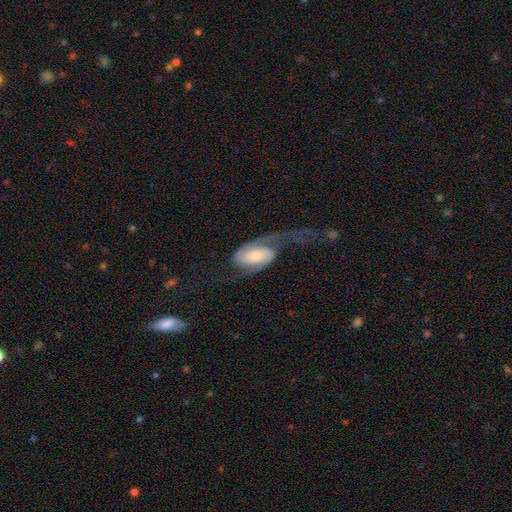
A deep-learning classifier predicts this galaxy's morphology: smooth-or-featured: featured or disk: 78% | smooth: 16% | star or artifact: 6%
  disk-edge-on: no: 96% | yes: 4%
    bar: no: 46% | weak: 34% | strong: 20%
    has-spiral-arms: yes: 93% | no: 7%
      spiral-winding: loose: 62% | medium: 27% | tight: 11%
      spiral-arm-count: 2: 87% | 1: 7% | can't tell: 3% | 3: 1% | 4: 1% | more than 4: 1%
    bulge-size: small: 41% | moderate: 39% | large: 11% | none: 5% | dominant: 4%
  merging: major disturbance: 46% | none: 37% | minor disturbance: 14% | merger: 3%